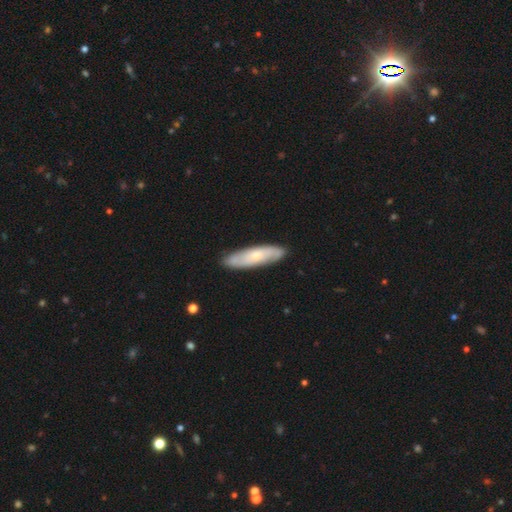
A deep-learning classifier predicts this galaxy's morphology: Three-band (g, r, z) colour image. It shows a smooth galaxy with no disk features (50%). Merging: none (86%).